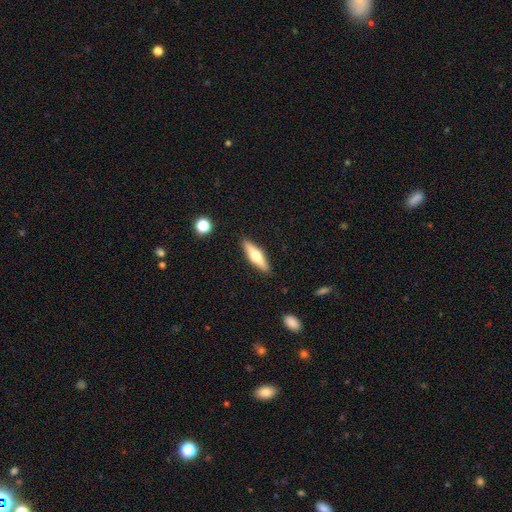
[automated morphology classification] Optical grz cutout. It shows a featured or disk galaxy (49%). Merging: none (89%).